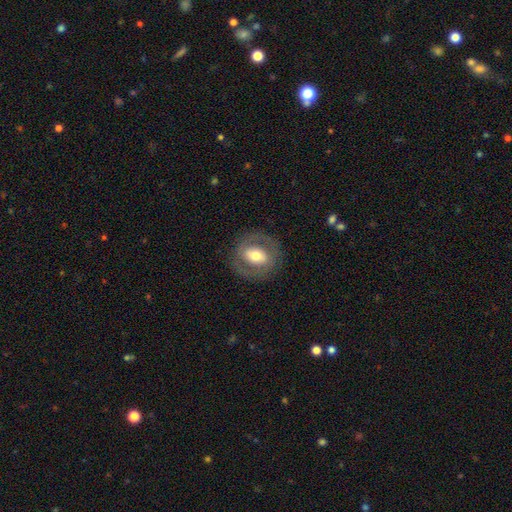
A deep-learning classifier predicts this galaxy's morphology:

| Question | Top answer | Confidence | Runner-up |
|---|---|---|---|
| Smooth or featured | featured or disk | 55% | smooth (39%) |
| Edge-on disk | no | 94% | yes (6%) |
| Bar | no | 37% | weak (33%) |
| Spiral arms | no | 55% | yes (45%) |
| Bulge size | moderate | 62% | large (18%) |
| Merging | none | 81% | minor disturbance (11%) |